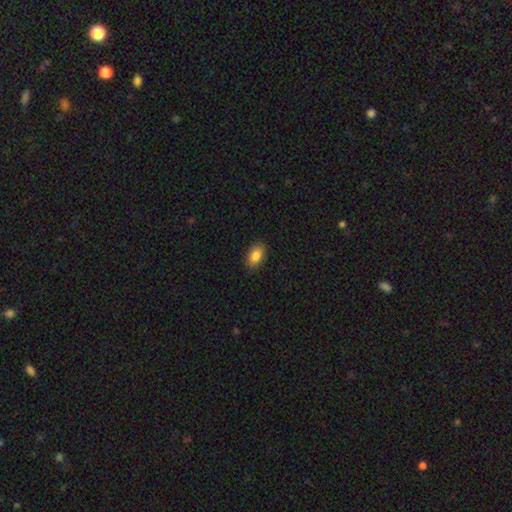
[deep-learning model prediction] smooth-or-featured: smooth: 86% | star or artifact: 8% | featured or disk: 6%
  how-rounded: in between: 90% | round: 7% | cigar-shaped: 2%
  merging: none: 88% | minor disturbance: 9% | major disturbance: 2% | merger: 1%